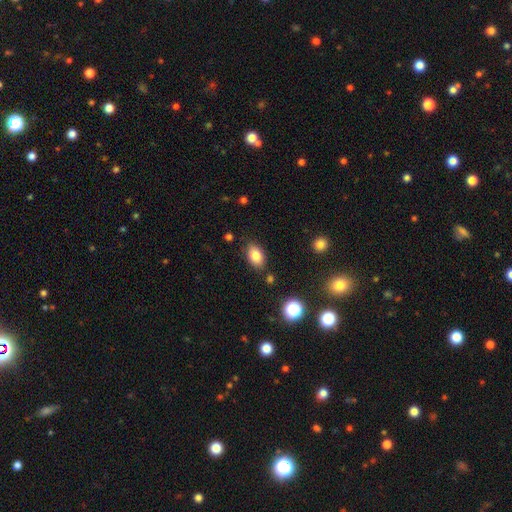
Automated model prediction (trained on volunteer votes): smooth_or_featured: smooth (p=0.83) [alt: star or artifact p=0.09]
how_rounded: in between (p=0.88) [alt: round p=0.11]
merging: none (p=0.82) [alt: minor disturbance p=0.12]